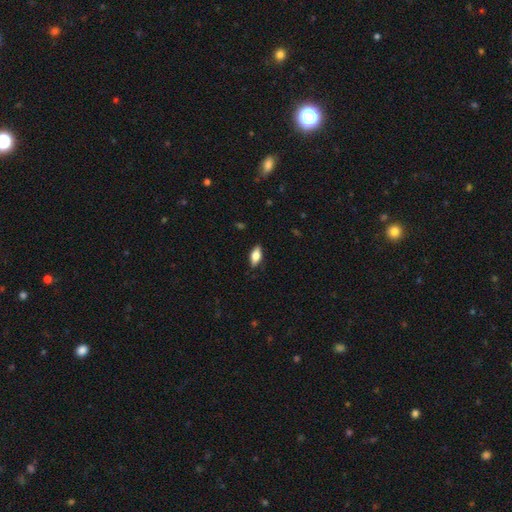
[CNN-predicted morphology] smooth 67%, featured or disk 26%, star or artifact 7%. Down the decision tree: how rounded — in between (81%); merging — none (85%).